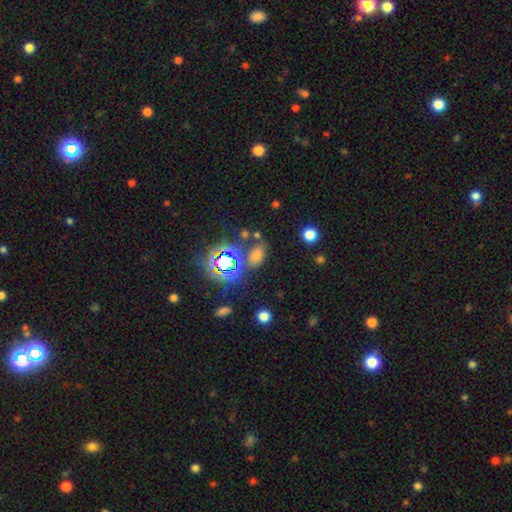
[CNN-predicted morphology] Smooth or featured? Predicted: smooth (p=0.57). How rounded? Predicted: in between (p=0.82). Merging? Predicted: none (p=0.69).